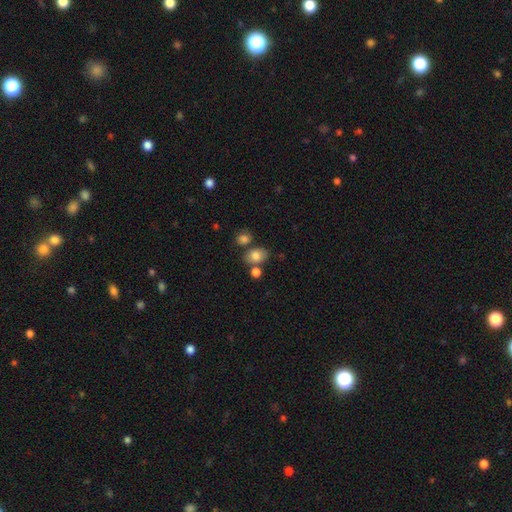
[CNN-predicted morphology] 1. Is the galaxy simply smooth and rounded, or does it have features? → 80% smooth, 10% star or artifact, 10% featured or disk.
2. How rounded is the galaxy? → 71% in between, 28% round, 1% cigar-shaped.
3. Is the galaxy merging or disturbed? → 64% none, 19% merger, 13% minor disturbance, 4% major disturbance.